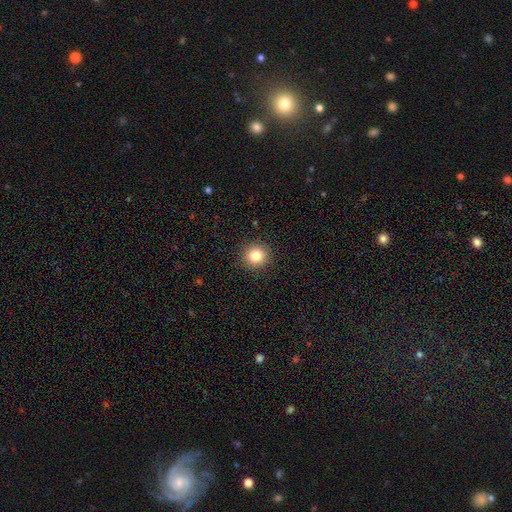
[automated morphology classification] Smooth or featured?
  - smooth: 83% *
  - star or artifact: 11%
  - featured or disk: 6%
How rounded?
  - round: 93% *
  - in between: 6%
  - cigar-shaped: 1%
Merging?
  - none: 92% *
  - minor disturbance: 5%
  - major disturbance: 2%
  - merger: 1%